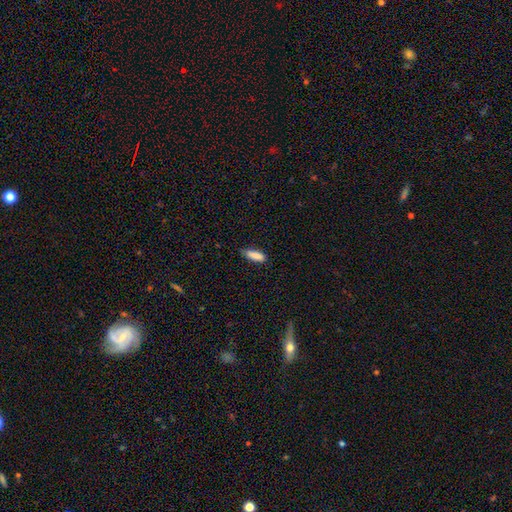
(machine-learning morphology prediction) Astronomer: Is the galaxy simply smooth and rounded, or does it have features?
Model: smooth — 86%.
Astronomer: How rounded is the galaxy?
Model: in between — 50% (runner-up: cigar-shaped, 48%).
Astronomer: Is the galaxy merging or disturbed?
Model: none — 73%.